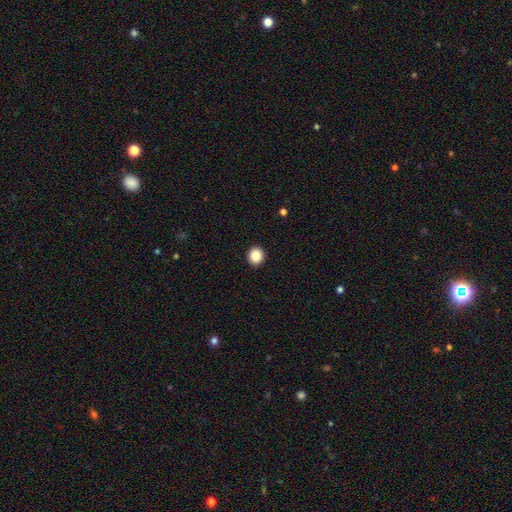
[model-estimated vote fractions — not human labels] The model was most divided on "how rounded": round: 87%, in between: 12%, cigar-shaped: 1%. More confident: merging — none (93%); smooth or featured — smooth (87%).